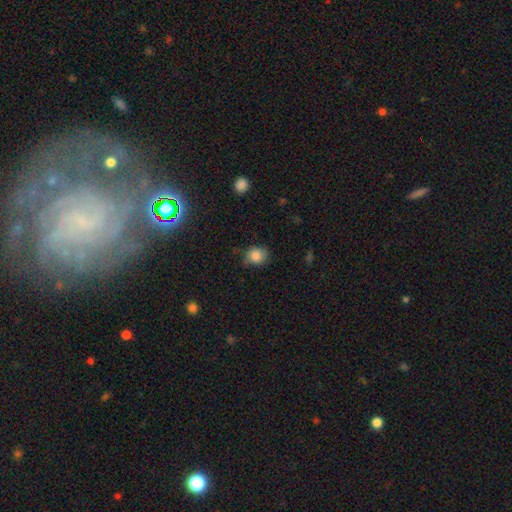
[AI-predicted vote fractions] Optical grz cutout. It shows a smooth galaxy with no disk features (83%) that is round (70%). Merging: none (64%).